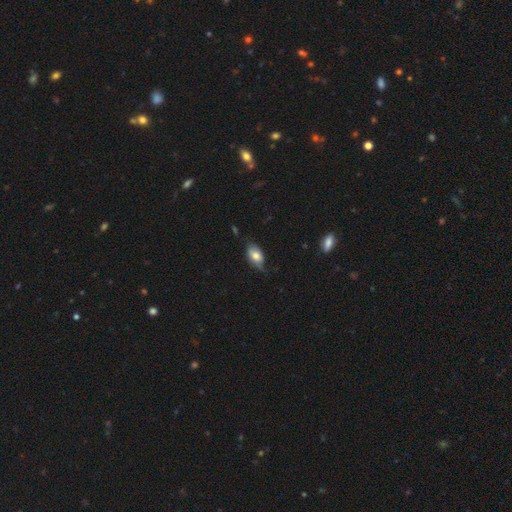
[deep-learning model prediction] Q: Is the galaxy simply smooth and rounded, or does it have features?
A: smooth — 71%.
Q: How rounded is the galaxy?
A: in between — 91%.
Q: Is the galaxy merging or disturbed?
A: none — 52%.